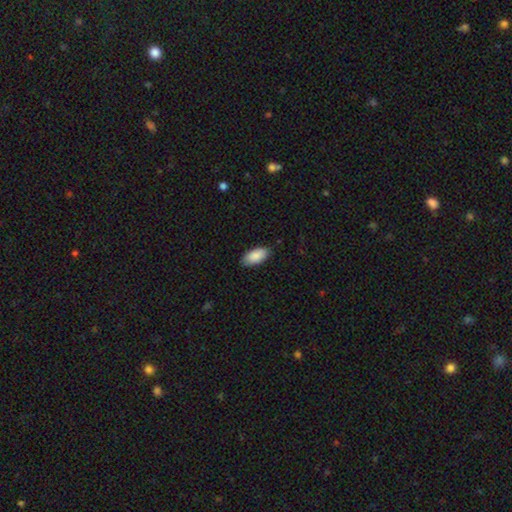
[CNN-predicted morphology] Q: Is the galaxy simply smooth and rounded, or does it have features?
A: smooth — 89%.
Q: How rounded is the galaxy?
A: in between — 93%.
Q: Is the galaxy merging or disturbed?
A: none — 85%.